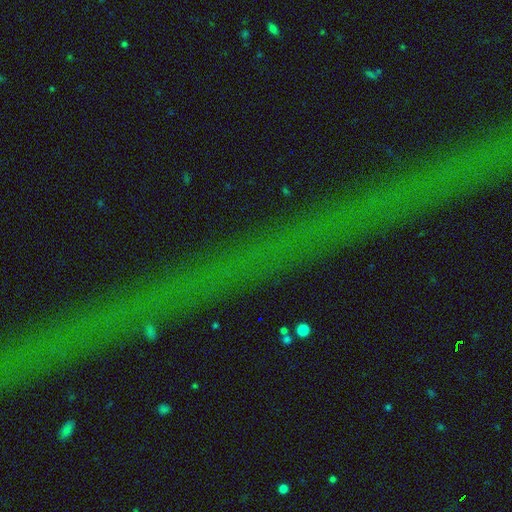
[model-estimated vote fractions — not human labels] Q: Smooth or featured?
A: star or artifact (75%); runner-up: featured or disk (16%)